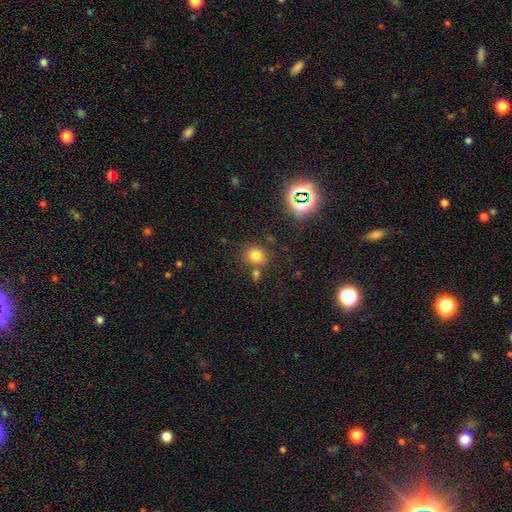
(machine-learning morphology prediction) The model was most divided on "smooth or featured": smooth: 75%, star or artifact: 17%, featured or disk: 7%. More confident: how rounded — round (83%); merging — none (74%).